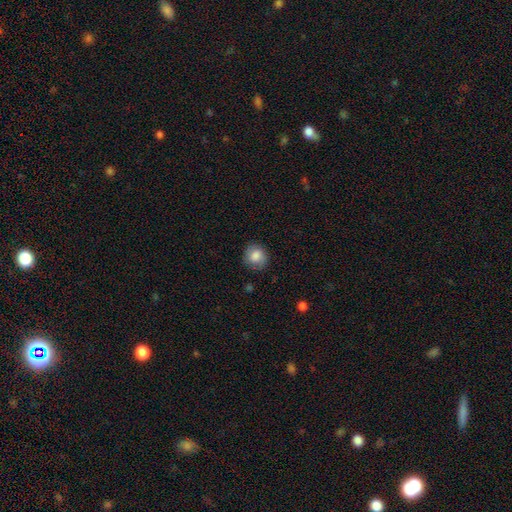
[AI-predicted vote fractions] Smooth or featured: smooth — 83% (featured or disk — 9%)
How rounded: round — 83% (in between — 16%)
Merging: none — 82% (minor disturbance — 14%)